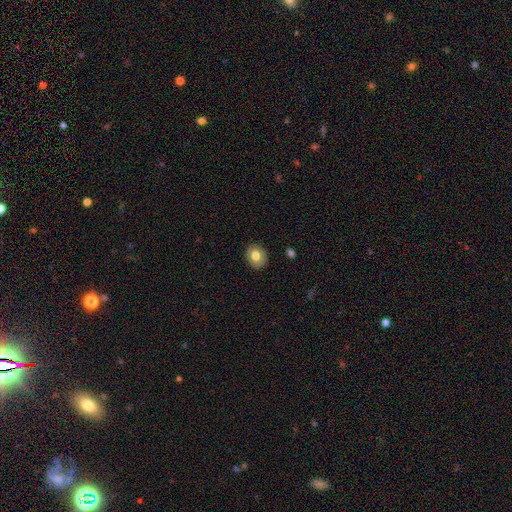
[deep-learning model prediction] Smooth or featured?
  - smooth: 68% *
  - featured or disk: 24%
  - star or artifact: 8%
How rounded?
  - round: 52% *
  - in between: 47%
  - cigar-shaped: 1%
Merging?
  - none: 87% *
  - minor disturbance: 10%
  - major disturbance: 2%
  - merger: 1%